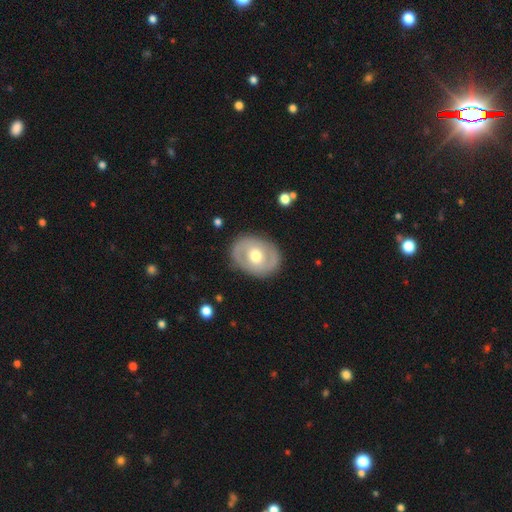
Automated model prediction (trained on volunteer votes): Smooth or featured?
  - featured or disk: 58% *
  - smooth: 37%
  - star or artifact: 5%
Edge-on disk?
  - no: 95% *
  - yes: 5%
Bar?
  - no: 67% *
  - weak: 25%
  - strong: 8%
Spiral arms?
  - no: 60% *
  - yes: 40%
Bulge size?
  - moderate: 75% *
  - large: 13%
  - small: 10%
  - dominant: 1%
  - none: 1%
Merging?
  - none: 84% *
  - minor disturbance: 10%
  - major disturbance: 4%
  - merger: 1%